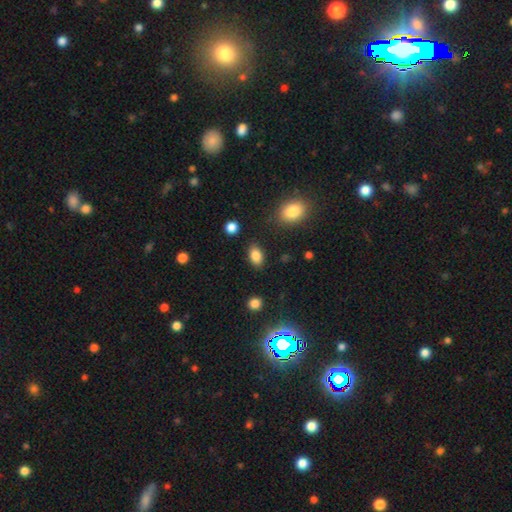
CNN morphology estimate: Smooth or featured? smooth (85%)
How rounded? in between (88%)
Merging? none (84%)